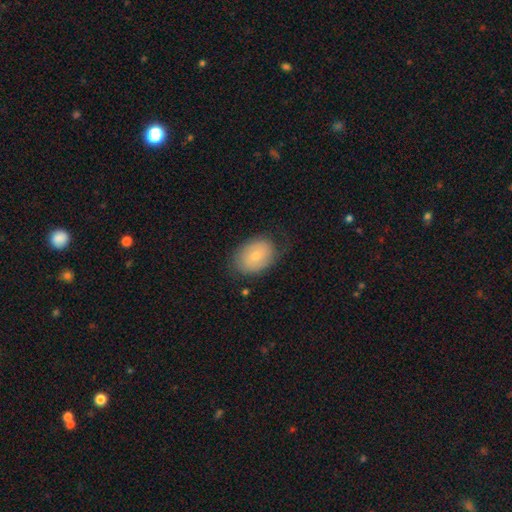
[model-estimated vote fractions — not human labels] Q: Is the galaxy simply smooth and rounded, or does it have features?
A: smooth — 67%.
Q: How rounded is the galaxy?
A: in between — 76%.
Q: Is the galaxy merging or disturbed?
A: none — 71%.